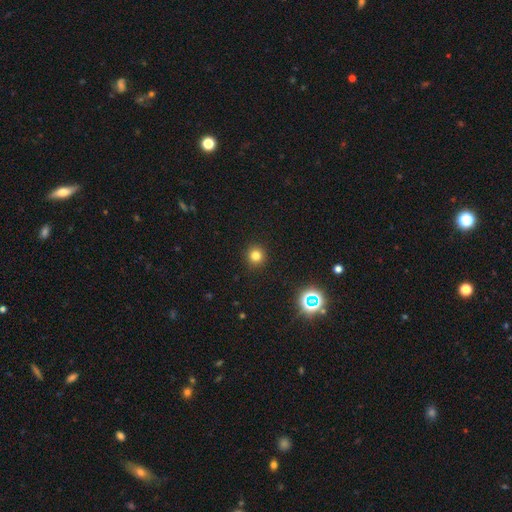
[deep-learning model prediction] This is likely a smooth galaxy (78%). How rounded: clearly round (94%). Merging: clearly none (92%).